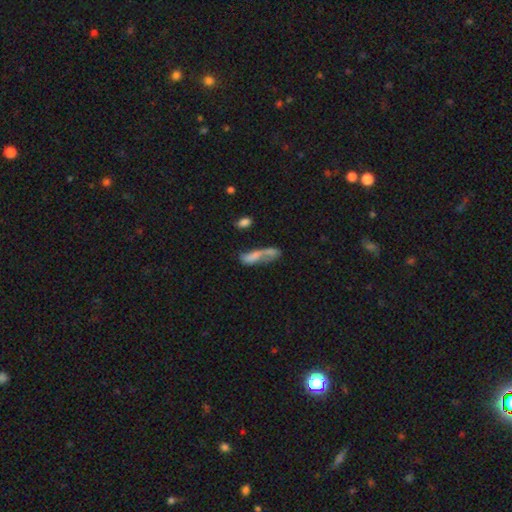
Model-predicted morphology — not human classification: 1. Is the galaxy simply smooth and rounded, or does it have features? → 56% smooth, 33% featured or disk, 11% star or artifact.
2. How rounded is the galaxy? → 50% cigar-shaped, 46% in between, 4% round.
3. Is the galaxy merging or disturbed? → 32% merger, 31% none, 19% major disturbance, 18% minor disturbance.